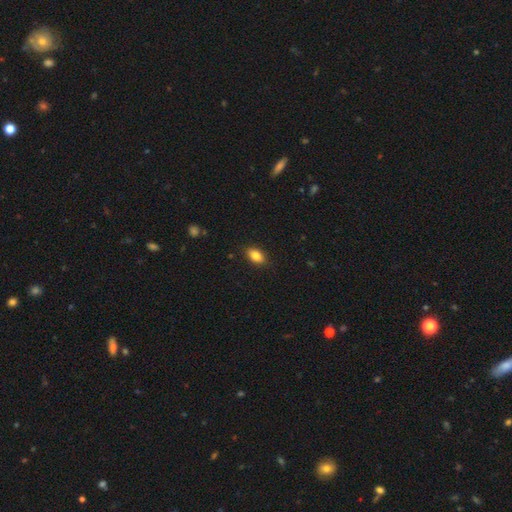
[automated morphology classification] Smooth or featured: smooth — 85% (star or artifact — 8%)
How rounded: in between — 88% (round — 9%)
Merging: none — 88% (minor disturbance — 9%)